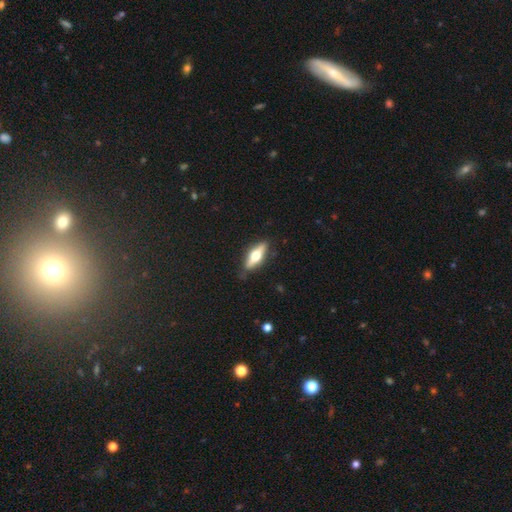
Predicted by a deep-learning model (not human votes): featured or disk 54%, smooth 40%, star or artifact 6%. Down the decision tree: edge-on disk — yes (91%); merging — none (83%).